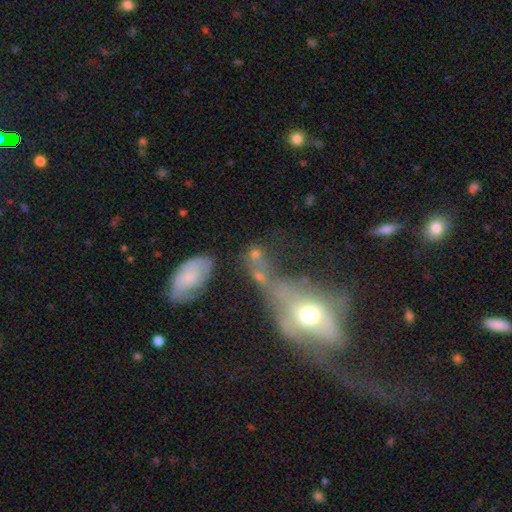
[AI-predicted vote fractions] This is possibly a smooth galaxy (48%). Merging: possibly merger (46%).